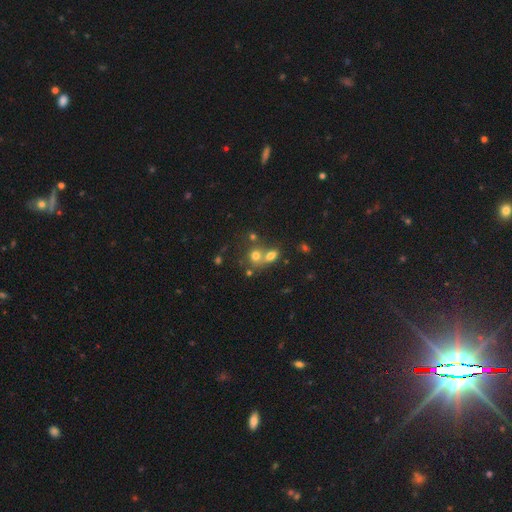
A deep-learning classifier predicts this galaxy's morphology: type=smooth (68%); roundness=round (68%); merging=merger (52%).